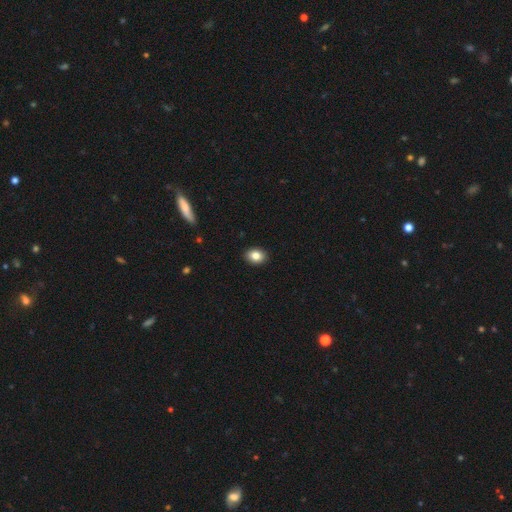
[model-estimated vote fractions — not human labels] A smooth galaxy with no disk features (84%) that is in between round and cigar-shaped (66%). Merging: none (91%).